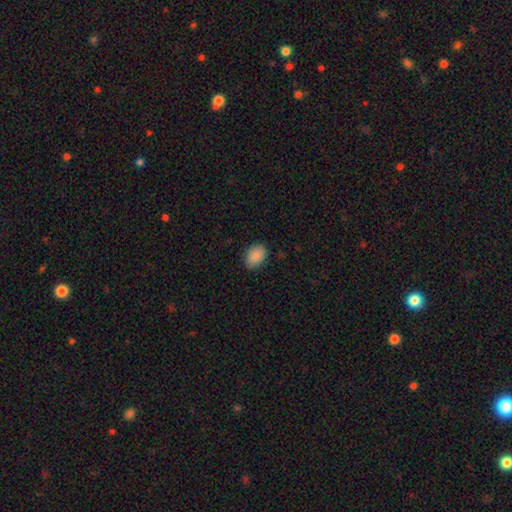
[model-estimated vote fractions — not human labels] The model was most divided on "how rounded": in between: 81%, round: 18%, cigar-shaped: 1%. More confident: smooth or featured — smooth (88%); merging — none (86%).